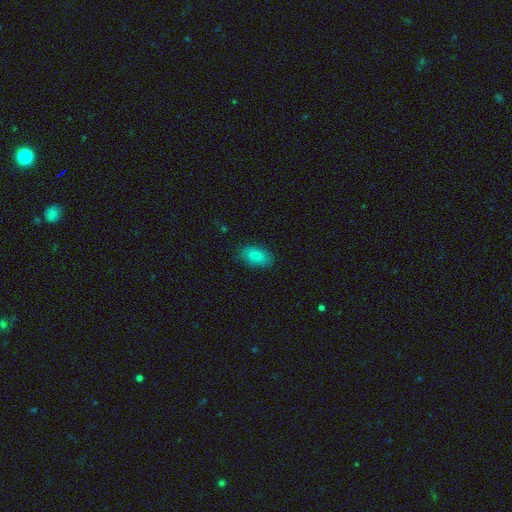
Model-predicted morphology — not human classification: A smooth galaxy with no disk features (85%) that is in between round and cigar-shaped (92%). Merging: none (83%).